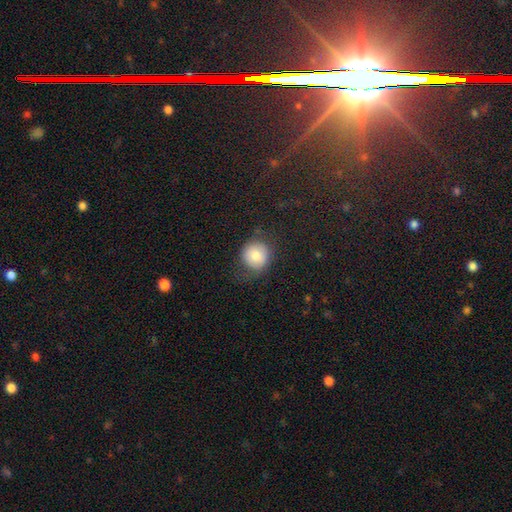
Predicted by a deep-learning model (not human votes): A smooth galaxy with no disk features (76%) that is round (91%). Merging: none (73%).